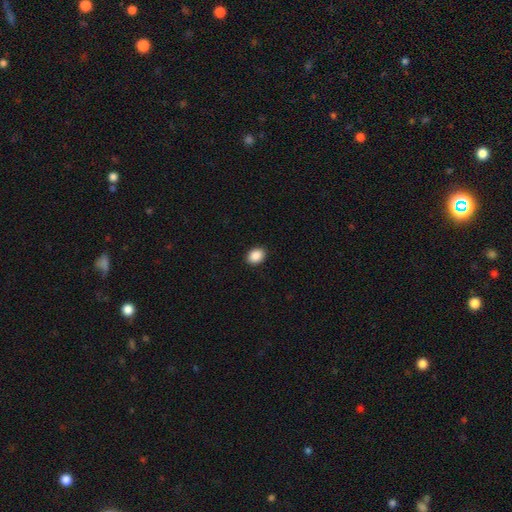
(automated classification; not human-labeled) Smooth or featured: smooth — 89% (star or artifact — 8%)
How rounded: in between — 59% (round — 40%)
Merging: none — 91% (minor disturbance — 6%)